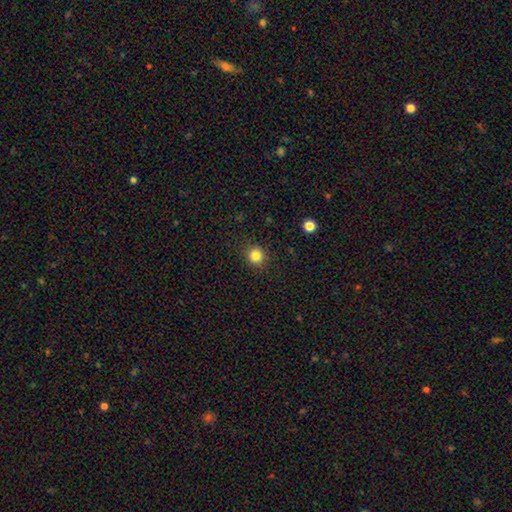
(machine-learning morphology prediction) This appears to be a smooth galaxy with no disk features (83%) that is round (91%). Merging: none (90%).